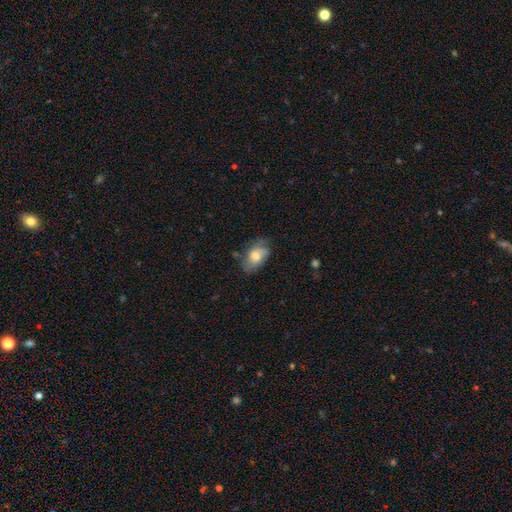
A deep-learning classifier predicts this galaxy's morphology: smooth 56%, featured or disk 36%, star or artifact 8%. Down the decision tree: how rounded — in between (90%); merging — none (59%).